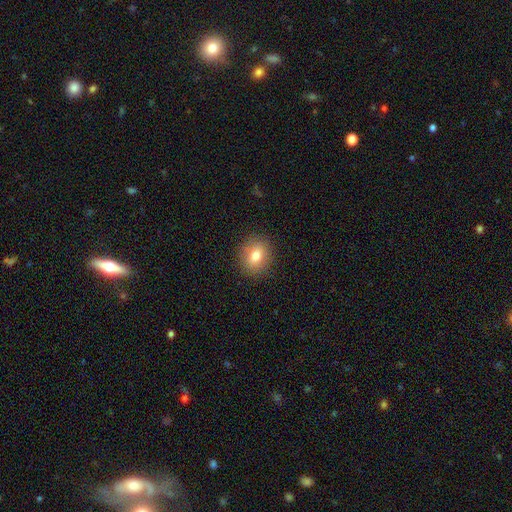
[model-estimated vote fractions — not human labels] Morphology: type=smooth (77%); roundness=round (63%); merging=none (88%).